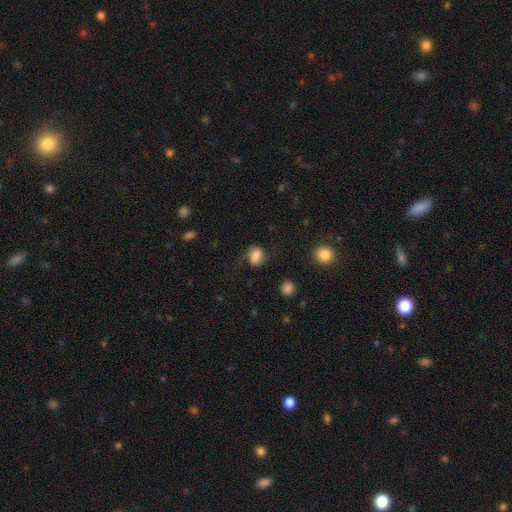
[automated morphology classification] A smooth galaxy with no disk features (68%) that is in between round and cigar-shaped (65%). Merging: none (58%).